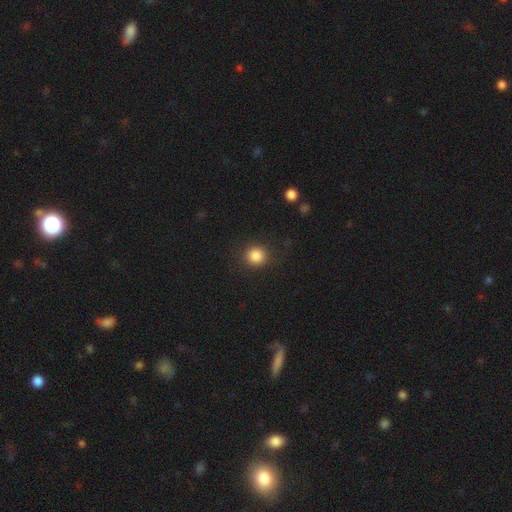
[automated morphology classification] smooth 86%, star or artifact 10%, featured or disk 4%. Down the decision tree: how rounded — round (91%); merging — none (89%).